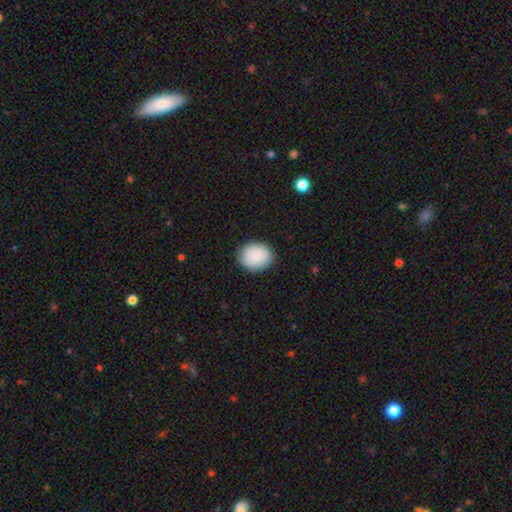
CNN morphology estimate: Overall: smooth (80%). How rounded: round (64%; in between 35%). Merging: none (85%).